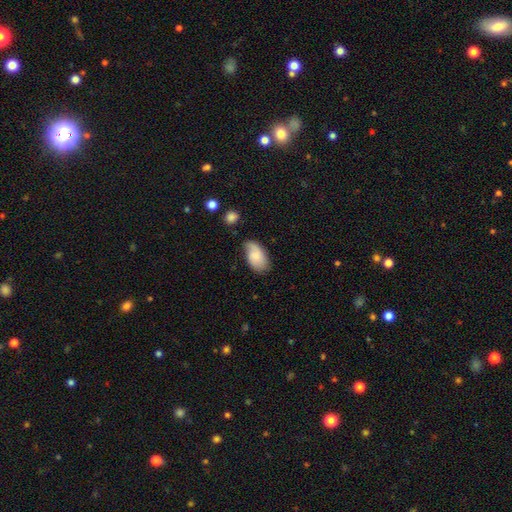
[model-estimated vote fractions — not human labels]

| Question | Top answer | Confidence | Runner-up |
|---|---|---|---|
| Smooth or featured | smooth | 74% | featured or disk (19%) |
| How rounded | in between | 94% | round (4%) |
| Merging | none | 57% | minor disturbance (32%) |